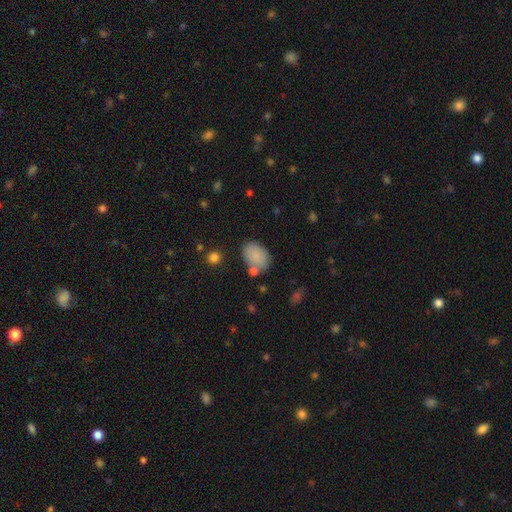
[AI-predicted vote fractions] A smooth galaxy with no disk features (85%) that is in between round and cigar-shaped (84%). Merging: none (67%).